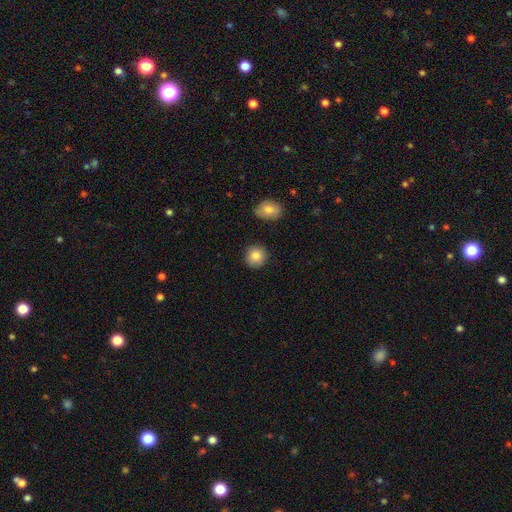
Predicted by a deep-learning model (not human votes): This is clearly a smooth galaxy (85%). How rounded: clearly round (89%). Merging: clearly none (86%).